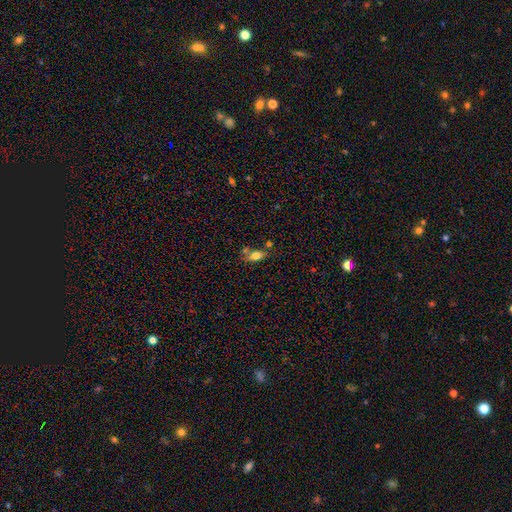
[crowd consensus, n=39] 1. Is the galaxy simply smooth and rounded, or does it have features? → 72% smooth, 18% featured or disk, 10% star or artifact.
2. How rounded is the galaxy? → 79% in between, 14% cigar-shaped, 7% round.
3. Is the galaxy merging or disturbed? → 57% none, 17% merger, 14% major disturbance, 11% minor disturbance.